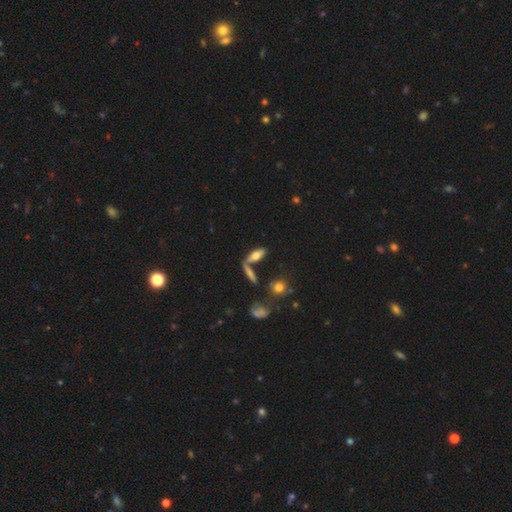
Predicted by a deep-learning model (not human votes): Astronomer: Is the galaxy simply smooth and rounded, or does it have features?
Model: smooth — 61%.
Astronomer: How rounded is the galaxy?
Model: in between — 59% (runner-up: cigar-shaped, 37%).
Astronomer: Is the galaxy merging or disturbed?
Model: none — 57%.